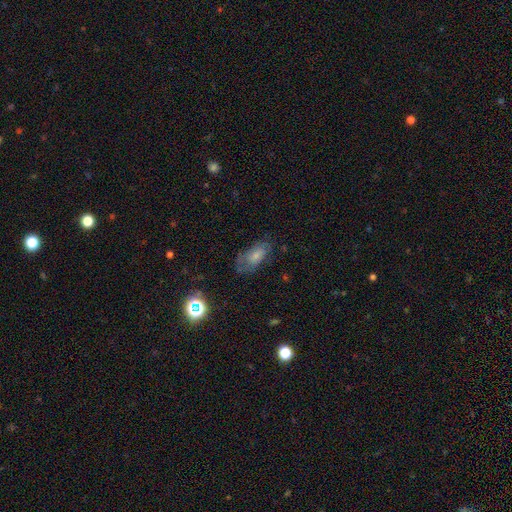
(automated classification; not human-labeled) smooth-or-featured: smooth: 59% | featured or disk: 31% | star or artifact: 11%
  how-rounded: in between: 89% | cigar-shaped: 6% | round: 4%
  merging: none: 58% | minor disturbance: 26% | major disturbance: 14% | merger: 2%